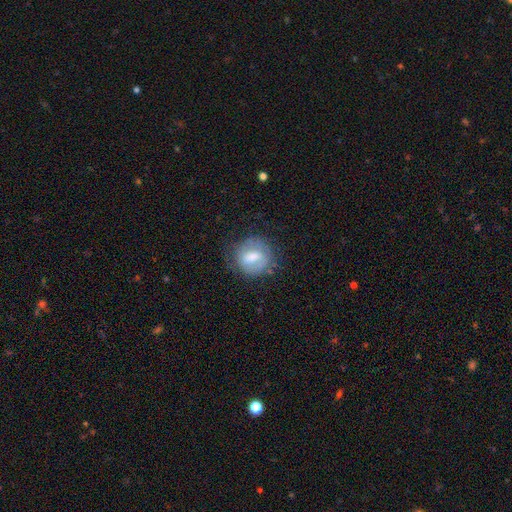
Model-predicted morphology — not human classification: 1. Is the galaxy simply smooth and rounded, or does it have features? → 53% smooth, 40% featured or disk, 8% star or artifact.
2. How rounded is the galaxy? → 77% round, 22% in between, 1% cigar-shaped.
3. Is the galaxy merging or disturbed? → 65% none, 22% minor disturbance, 12% major disturbance, 2% merger.